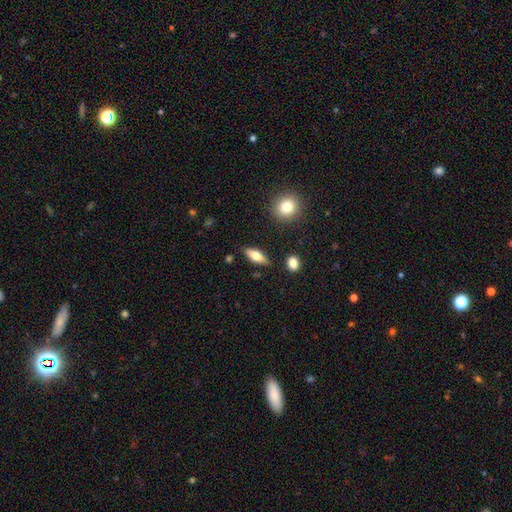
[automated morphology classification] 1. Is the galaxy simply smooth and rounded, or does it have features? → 64% smooth, 30% featured or disk, 7% star or artifact.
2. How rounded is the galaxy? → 66% in between, 30% cigar-shaped, 4% round.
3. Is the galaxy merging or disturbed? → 84% none, 10% minor disturbance, 3% merger, 3% major disturbance.